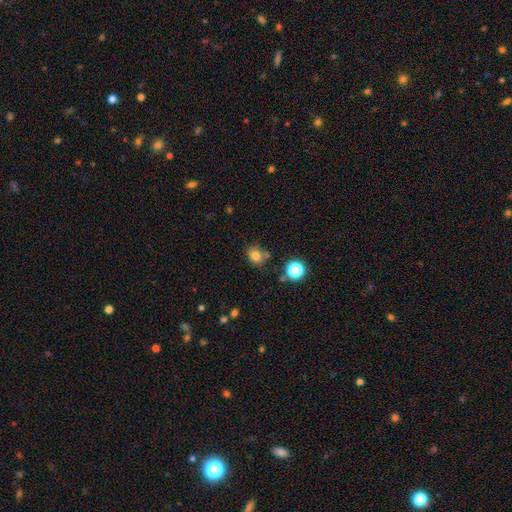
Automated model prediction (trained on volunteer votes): The model was most divided on "how rounded": round: 61%, in between: 38%, cigar-shaped: 1%. More confident: smooth or featured — smooth (78%); merging — none (67%).